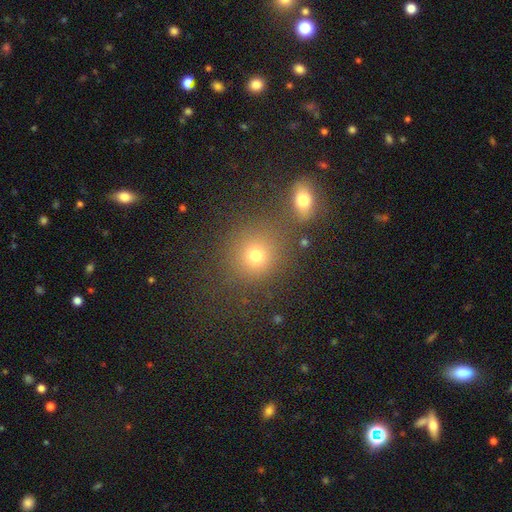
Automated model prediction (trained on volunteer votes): This appears to be a smooth galaxy with no disk features (75%) that is round (84%). Merging: none (72%).